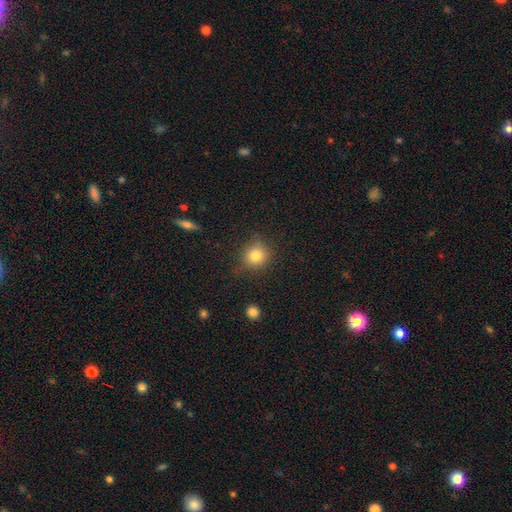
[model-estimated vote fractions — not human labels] Overall: smooth (82%). How rounded: round (88%). Merging: none (81%).